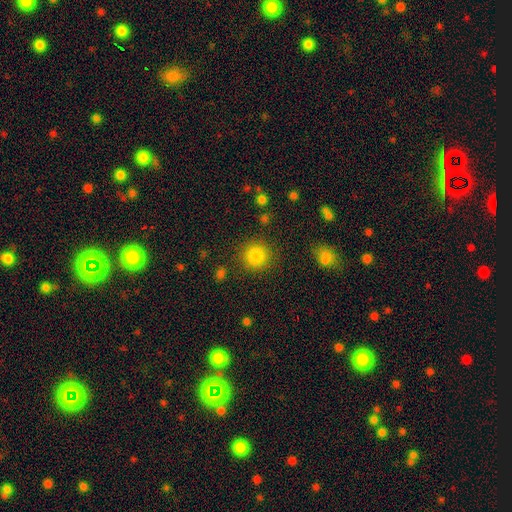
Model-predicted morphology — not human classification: smooth 86%, star or artifact 10%, featured or disk 4%. Down the decision tree: how rounded — round (93%); merging — none (88%).